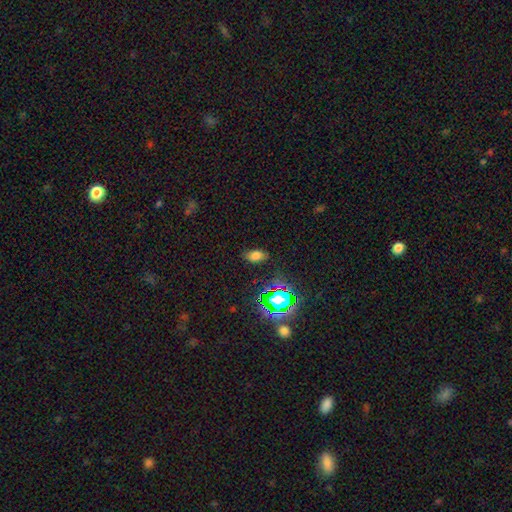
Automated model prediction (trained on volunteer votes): A smooth galaxy with no disk features (69%) that is in between round and cigar-shaped (90%). Merging: none (82%).